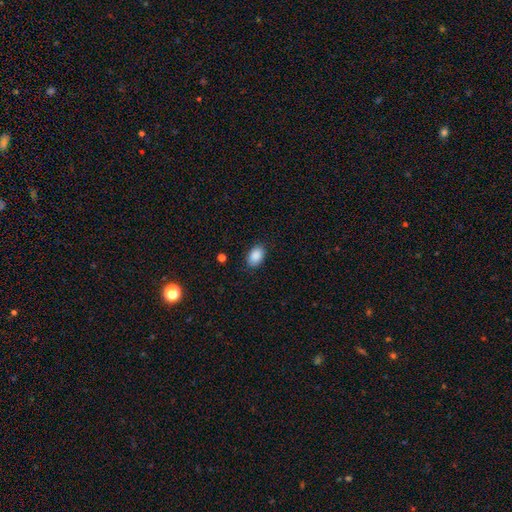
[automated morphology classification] Smooth or featured: smooth — 89% (star or artifact — 7%)
How rounded: in between — 88% (round — 11%)
Merging: none — 86% (minor disturbance — 11%)